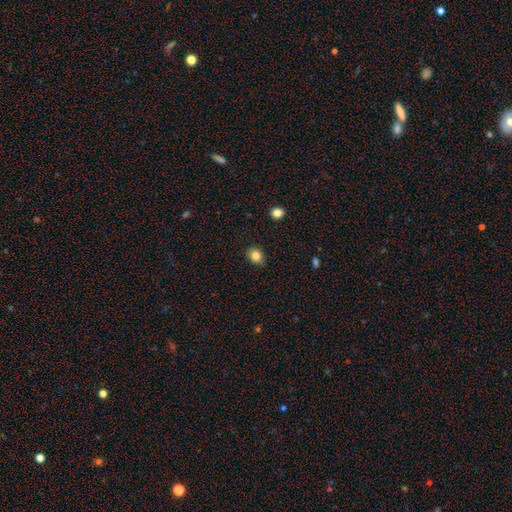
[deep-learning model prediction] This appears to be a smooth galaxy with no disk features (82%) that is round (56%). Merging: none (88%).